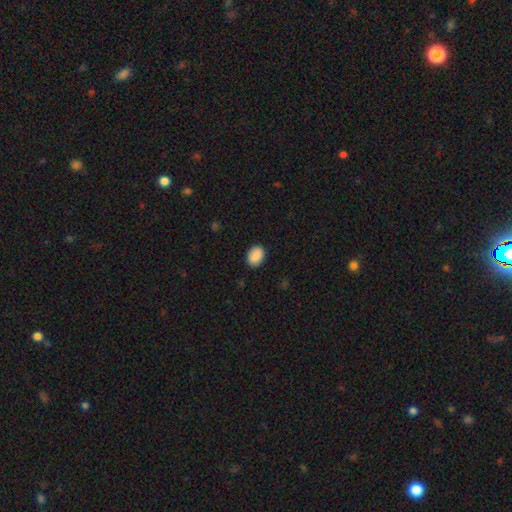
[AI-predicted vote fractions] This is clearly a smooth galaxy (89%). How rounded: likely in between (71%). Merging: clearly none (88%).